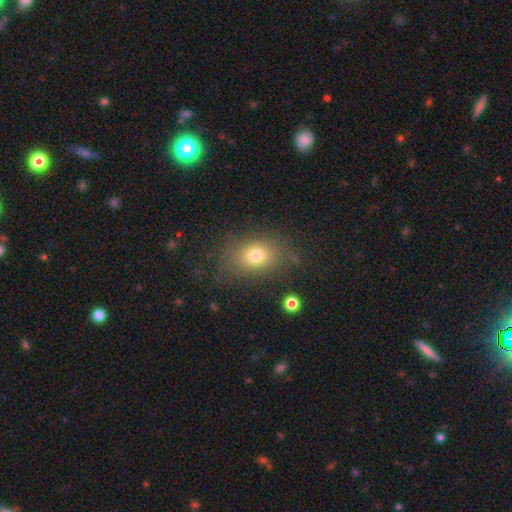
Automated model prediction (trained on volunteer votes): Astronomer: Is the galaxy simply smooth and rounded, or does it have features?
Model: smooth — 74%.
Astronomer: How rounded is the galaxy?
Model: in between — 71%.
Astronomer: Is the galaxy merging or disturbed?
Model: none — 75%.